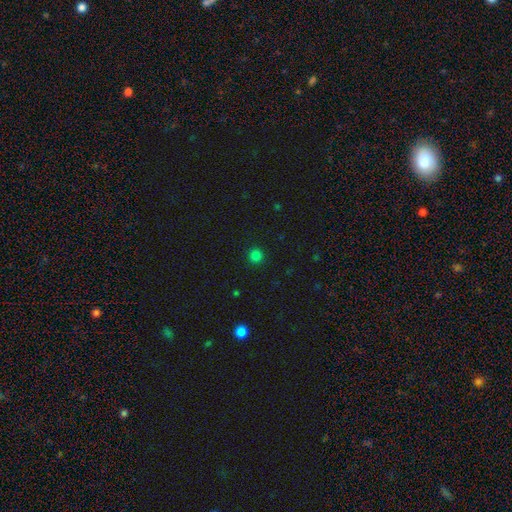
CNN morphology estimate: This is clearly a smooth galaxy (81%). How rounded: clearly round (94%). Merging: clearly none (92%).